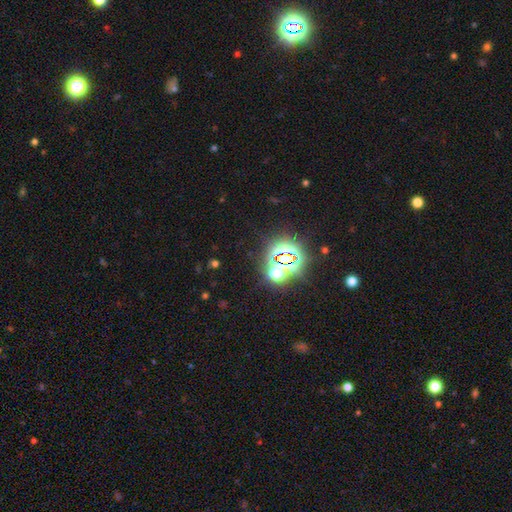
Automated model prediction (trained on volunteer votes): Smooth or featured? star or artifact (81%)